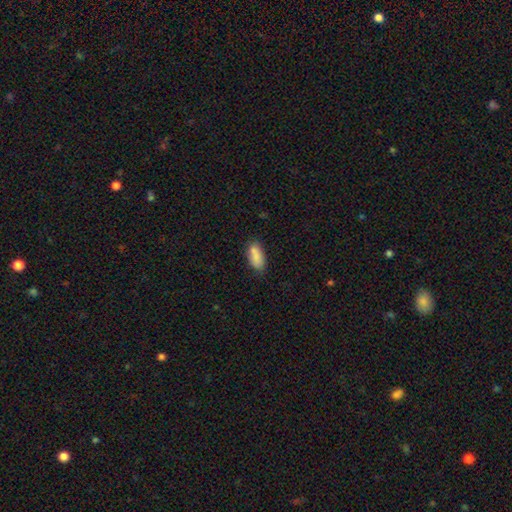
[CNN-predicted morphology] Q: Smooth or featured?
A: smooth (83%); runner-up: featured or disk (9%)
Q: How rounded?
A: in between (87%); runner-up: cigar-shaped (10%)
Q: Merging?
A: none (65%); runner-up: minor disturbance (19%)